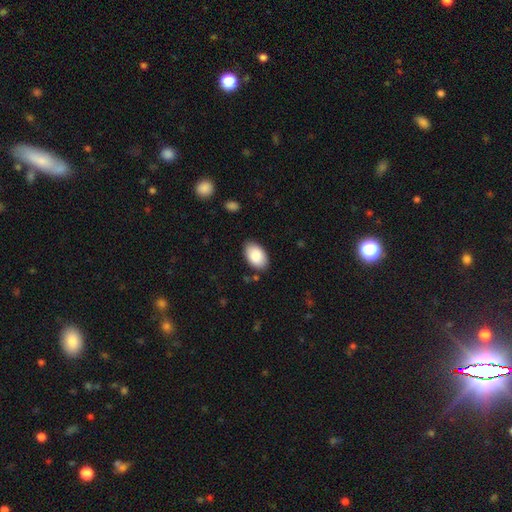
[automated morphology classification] Overall: smooth (88%). How rounded: in between (93%). Merging: none (83%).